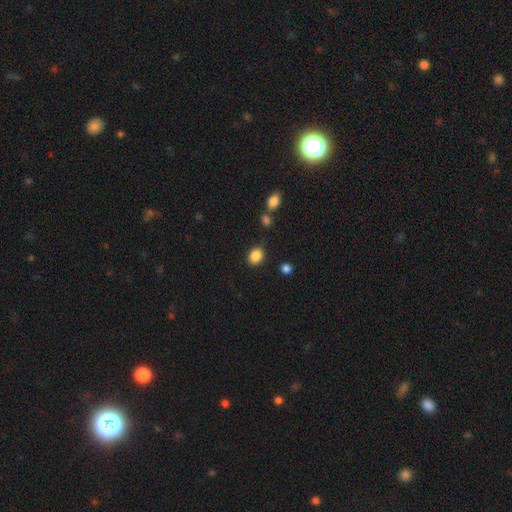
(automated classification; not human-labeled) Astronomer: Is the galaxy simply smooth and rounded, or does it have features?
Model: smooth — 87%.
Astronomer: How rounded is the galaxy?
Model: in between — 51% (runner-up: round, 48%).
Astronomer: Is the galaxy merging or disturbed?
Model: none — 82%.